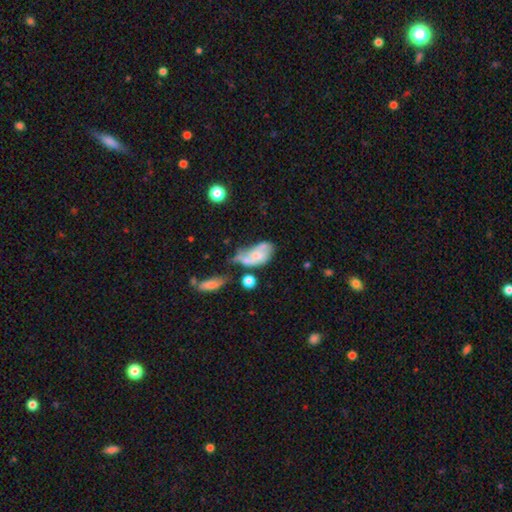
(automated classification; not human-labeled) The model was most divided on "smooth or featured": featured or disk: 46%, smooth: 44%, star or artifact: 9%. Remaining: merging — merger (29%).